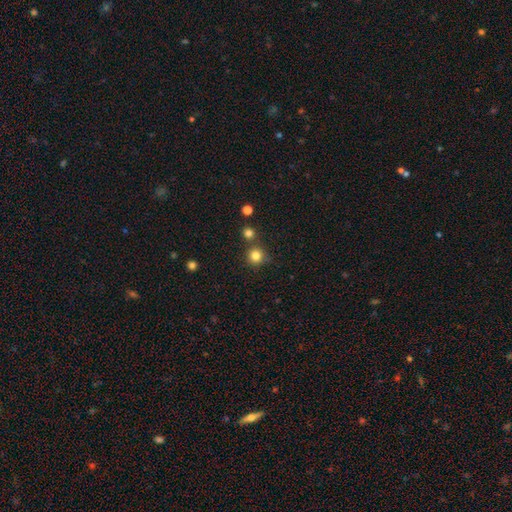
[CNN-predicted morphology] A smooth galaxy with no disk features (81%) that is round (94%).

Vote fractions:
- Smooth or featured? smooth: 81% / star or artifact: 13% / featured or disk: 5%
- How rounded? round: 94% / in between: 6% / cigar-shaped: 1%
- Merging? none: 76% / merger: 12% / minor disturbance: 9% / major disturbance: 3%